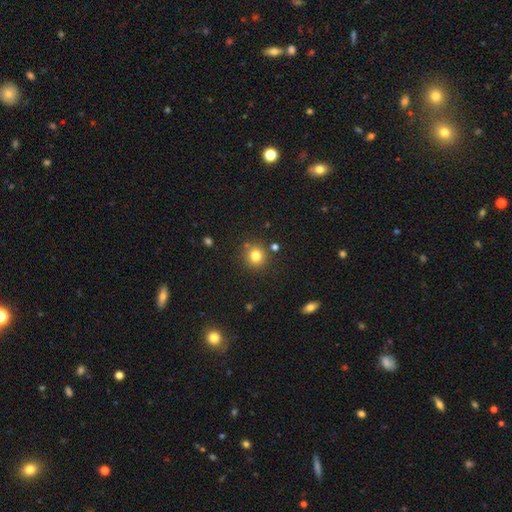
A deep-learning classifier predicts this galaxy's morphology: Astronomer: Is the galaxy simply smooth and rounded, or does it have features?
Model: smooth — 80%.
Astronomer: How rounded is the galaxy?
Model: round — 91%.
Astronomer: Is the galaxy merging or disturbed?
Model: none — 84%.